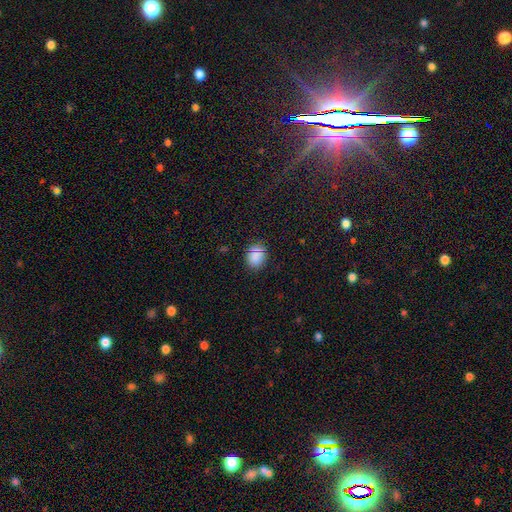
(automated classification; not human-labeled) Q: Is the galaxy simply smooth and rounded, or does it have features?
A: smooth — 83%.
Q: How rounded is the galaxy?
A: round — 58%.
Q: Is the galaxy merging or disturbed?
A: none — 86%.